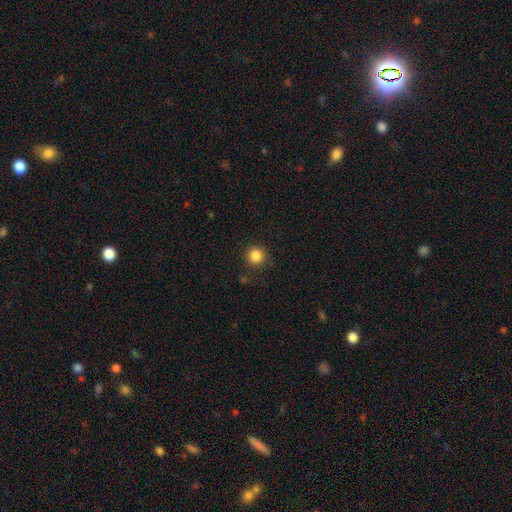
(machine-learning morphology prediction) Smooth or featured?
  - smooth: 85% *
  - star or artifact: 11%
  - featured or disk: 4%
How rounded?
  - round: 94% *
  - in between: 5%
  - cigar-shaped: 1%
Merging?
  - none: 89% *
  - minor disturbance: 7%
  - major disturbance: 3%
  - merger: 1%